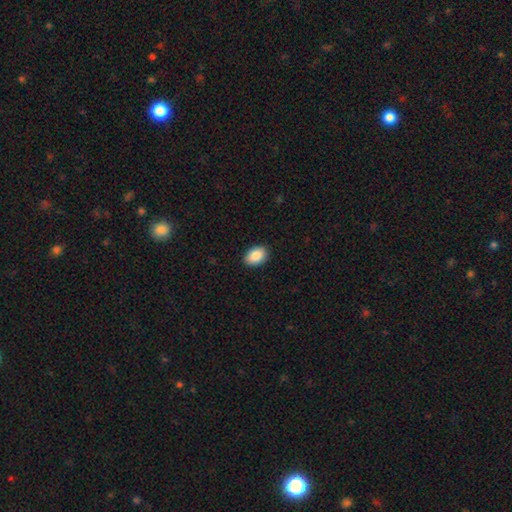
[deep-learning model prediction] Smooth or featured?
  - smooth: 88% *
  - star or artifact: 7%
  - featured or disk: 4%
How rounded?
  - in between: 84% *
  - round: 14%
  - cigar-shaped: 1%
Merging?
  - none: 89% *
  - minor disturbance: 8%
  - major disturbance: 2%
  - merger: 1%